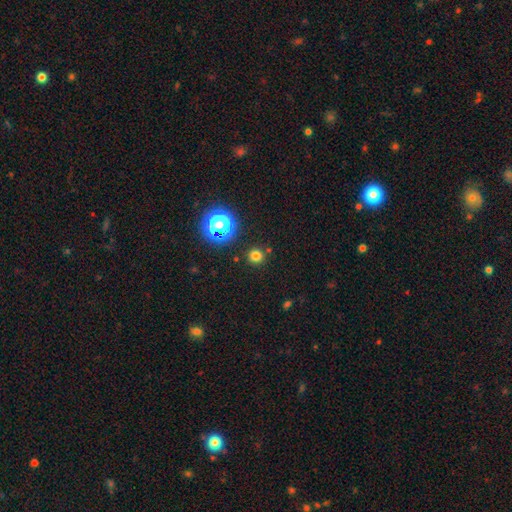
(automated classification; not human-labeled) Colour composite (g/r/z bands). It shows a smooth galaxy with no disk features (73%) that is round (93%). Merging: none (88%).